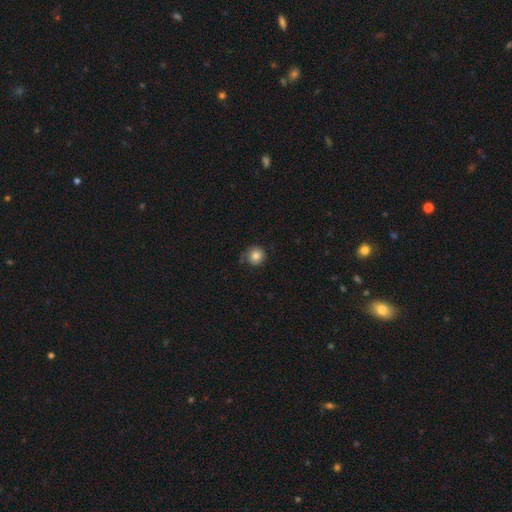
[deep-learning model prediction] Q: Smooth or featured?
A: smooth (82%); runner-up: featured or disk (10%)
Q: How rounded?
A: round (91%); runner-up: in between (8%)
Q: Merging?
A: none (62%); runner-up: minor disturbance (25%)